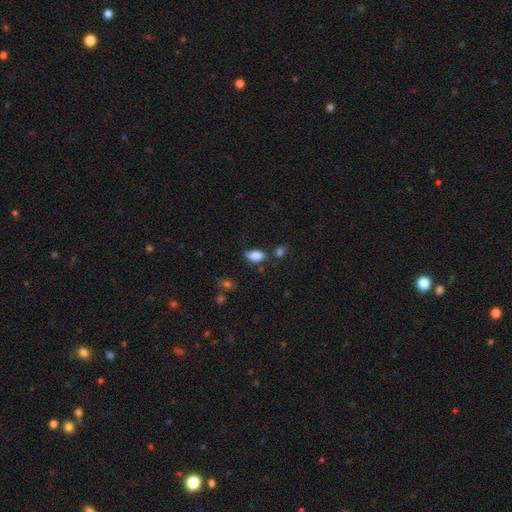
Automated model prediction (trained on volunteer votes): This appears to be a smooth galaxy with no disk features (86%) that is in between round and cigar-shaped (91%). Merging: none (65%).